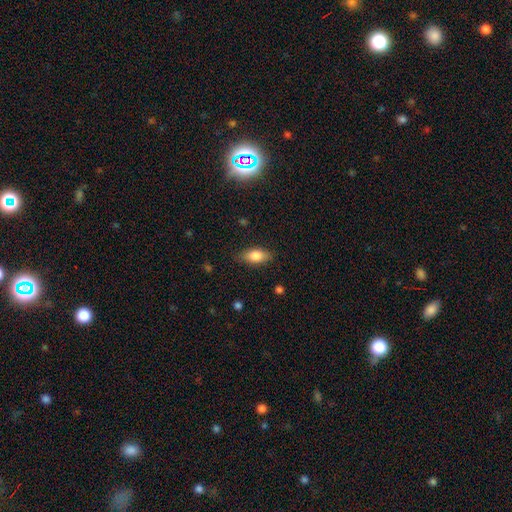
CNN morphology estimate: This appears to be a smooth galaxy with no disk features (81%) that is in between round and cigar-shaped (85%). Merging: none (84%).